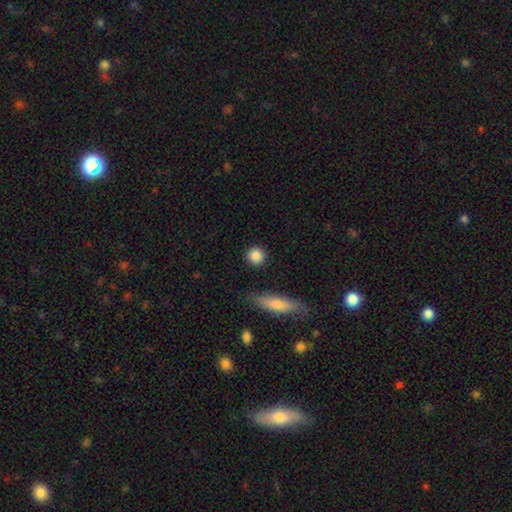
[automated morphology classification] This appears to be a smooth galaxy with no disk features (87%) that is round (92%). Merging: none (89%).